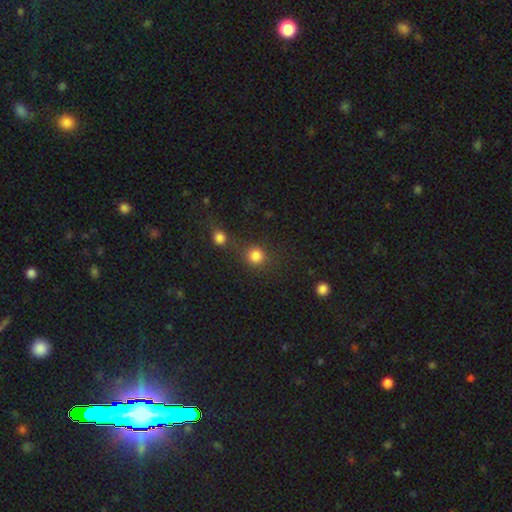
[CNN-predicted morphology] Smooth or featured? smooth (81%)
How rounded? round (89%)
Merging? none (64%)